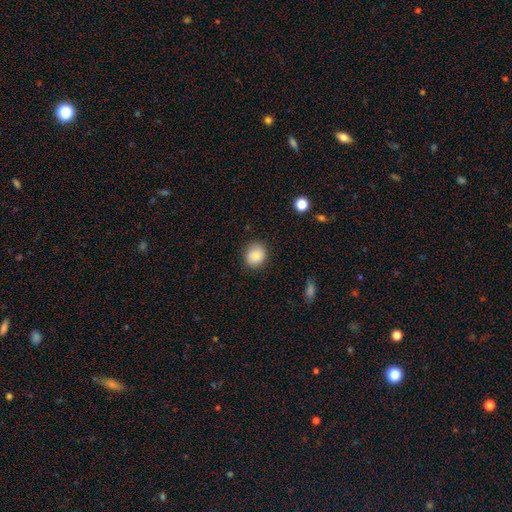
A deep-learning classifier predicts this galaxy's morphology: Smooth or featured: smooth — 82% (featured or disk — 10%)
How rounded: round — 75% (in between — 24%)
Merging: none — 86% (minor disturbance — 11%)